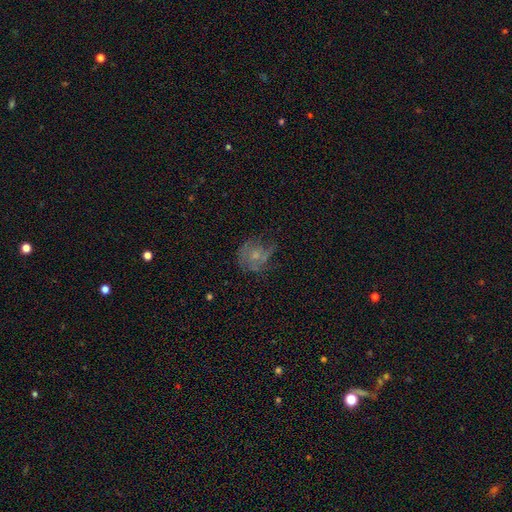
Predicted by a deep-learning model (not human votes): Morphology: type=featured or disk (49%); merging=none (46%).